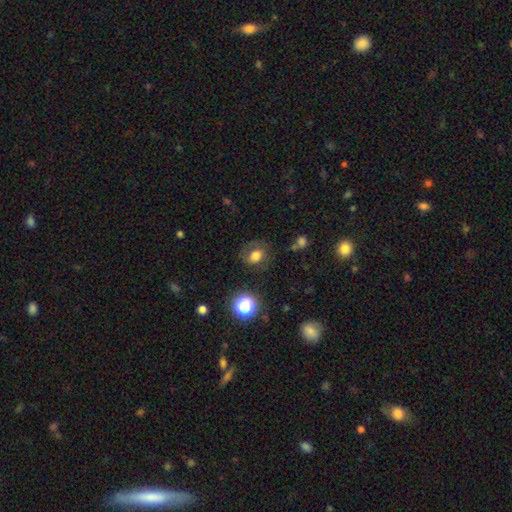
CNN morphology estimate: This is likely a smooth galaxy (69%). How rounded: possibly round (52%). Merging: likely none (69%).